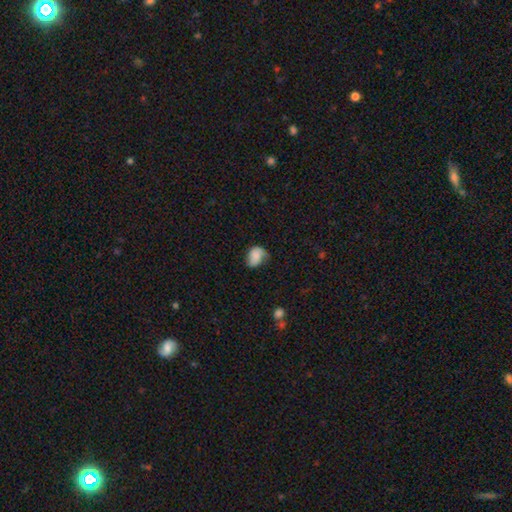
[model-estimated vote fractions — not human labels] A smooth galaxy with no disk features (71%) that is in between round and cigar-shaped (67%).

Vote fractions:
- Smooth or featured? smooth: 71% / featured or disk: 20% / star or artifact: 9%
- How rounded? in between: 67% / round: 32% / cigar-shaped: 1%
- Merging? none: 45% / minor disturbance: 37% / major disturbance: 16% / merger: 2%